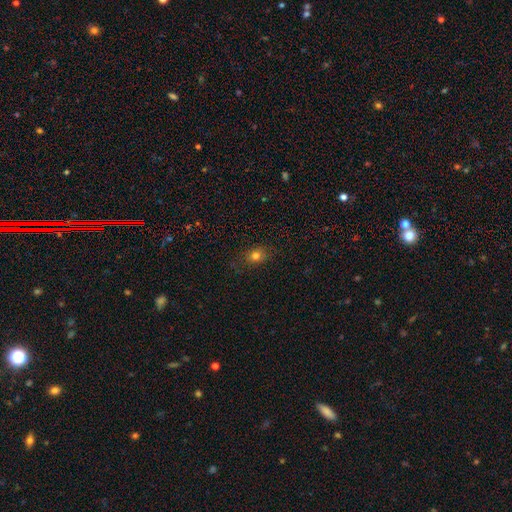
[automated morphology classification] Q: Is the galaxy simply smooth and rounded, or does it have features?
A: smooth — 78%.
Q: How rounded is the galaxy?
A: in between — 54%.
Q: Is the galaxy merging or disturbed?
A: none — 81%.